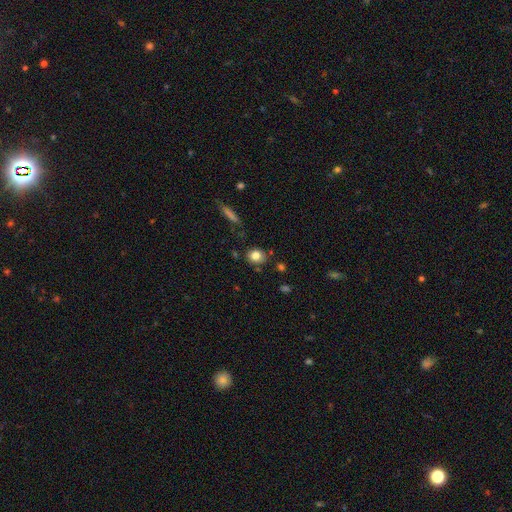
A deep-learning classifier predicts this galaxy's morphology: smooth_or_featured: smooth (p=0.81) [alt: star or artifact p=0.10]
how_rounded: round (p=0.67) [alt: in between p=0.32]
merging: none (p=0.80) [alt: minor disturbance p=0.13]